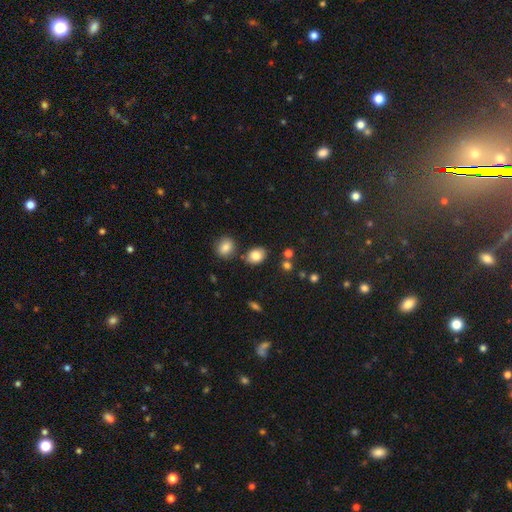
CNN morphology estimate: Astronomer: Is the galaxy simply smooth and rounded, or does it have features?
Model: smooth — 82%.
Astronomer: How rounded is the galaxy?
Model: in between — 67%.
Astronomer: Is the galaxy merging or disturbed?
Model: none — 75%.